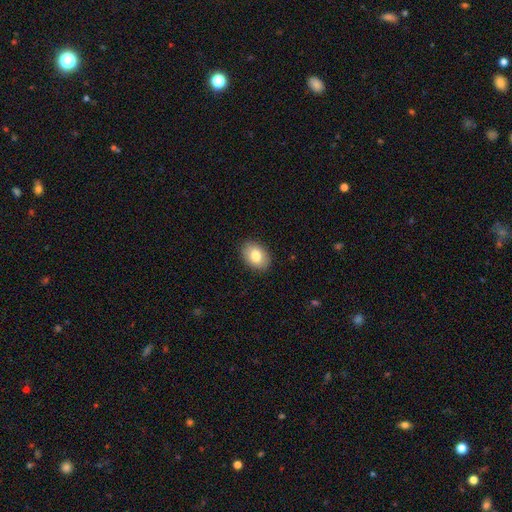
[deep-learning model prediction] The model was most divided on "how rounded": in between: 80%, round: 19%, cigar-shaped: 1%. More confident: merging — none (89%); smooth or featured — smooth (81%).